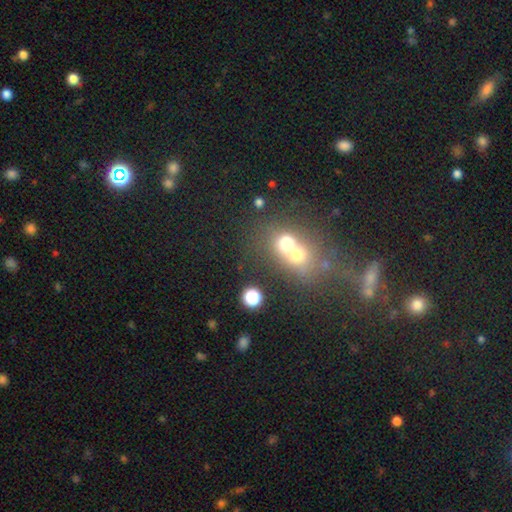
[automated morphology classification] smooth 44%, star or artifact 37%, featured or disk 19%. Down the decision tree: merging — merger (47%).